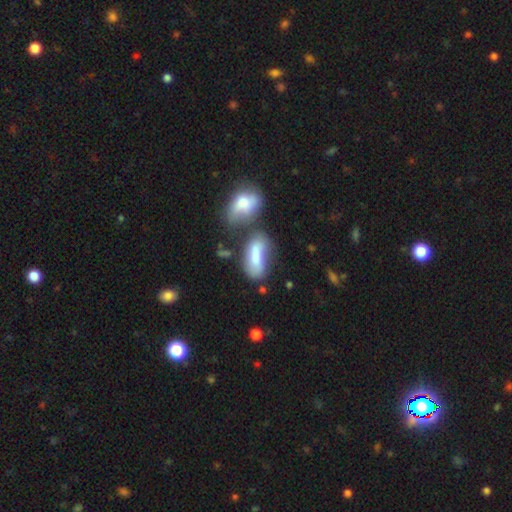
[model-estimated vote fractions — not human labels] A smooth galaxy with no disk features (66%) that is in between round and cigar-shaped (82%). Merging: merger (34%).